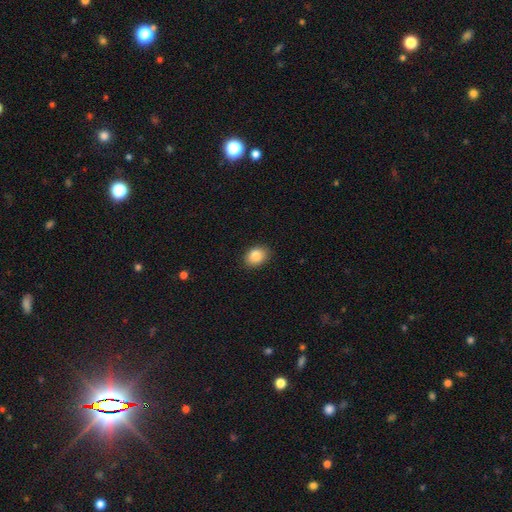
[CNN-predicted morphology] This is clearly a smooth galaxy (88%). How rounded: likely in between (63%). Merging: clearly none (86%).